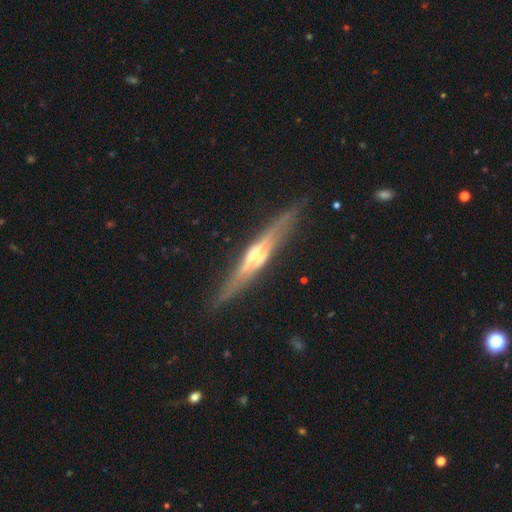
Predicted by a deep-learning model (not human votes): This appears to be a featured or disk galaxy (84%) viewed edge-on (97%) with a rounded central bulge (79%). Merging: none (87%).